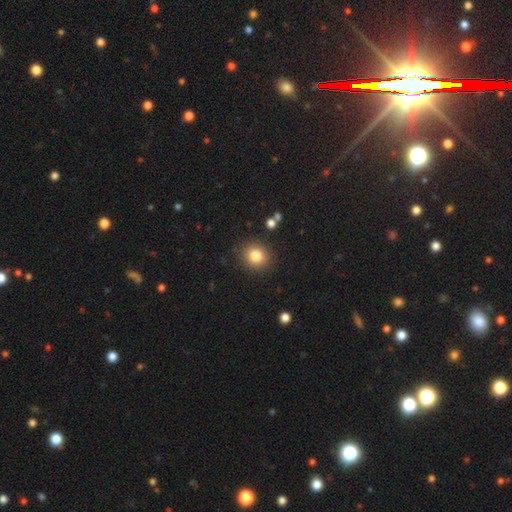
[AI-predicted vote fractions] The model was most divided on "how rounded": round: 83%, in between: 16%, cigar-shaped: 1%. More confident: merging — none (87%); smooth or featured — smooth (83%).